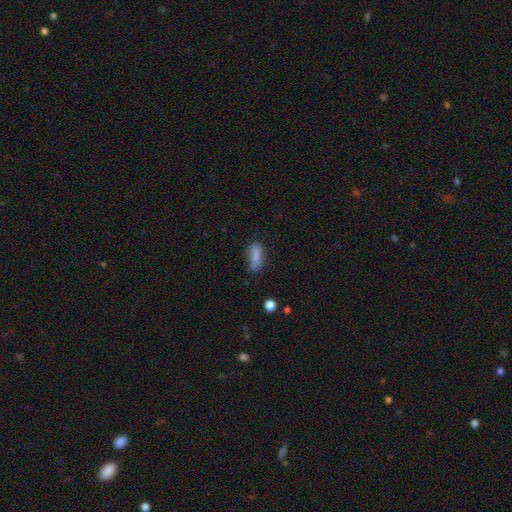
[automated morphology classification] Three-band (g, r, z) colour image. It shows a smooth galaxy with no disk features (82%) that is in between round and cigar-shaped (59%). Merging: none (64%).